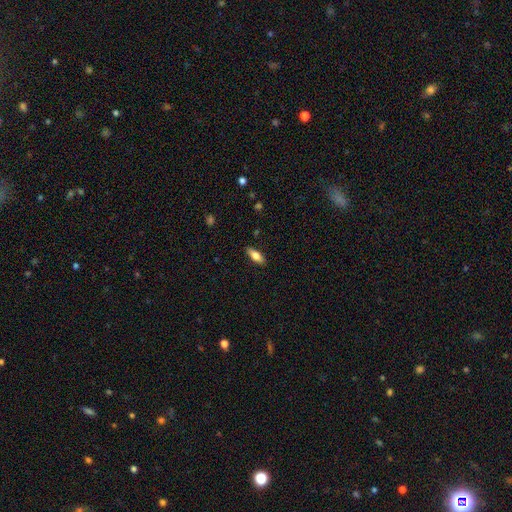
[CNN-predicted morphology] smooth_or_featured: smooth (p=0.73) [alt: featured or disk p=0.21]
how_rounded: in between (p=0.70) [alt: cigar-shaped p=0.28]
merging: none (p=0.88) [alt: minor disturbance p=0.09]